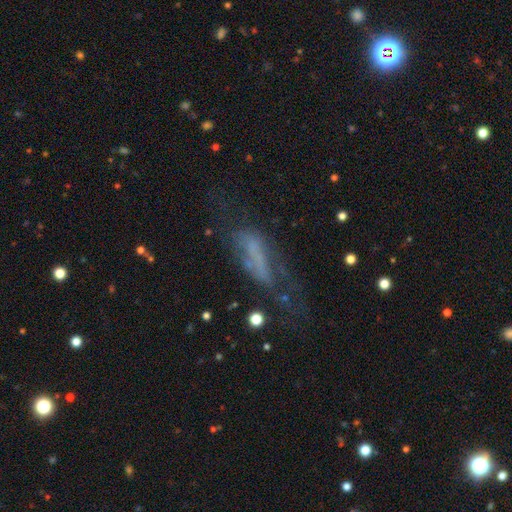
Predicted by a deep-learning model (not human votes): Smooth or featured? Predicted: featured or disk (p=0.44). Merging? Predicted: major disturbance (p=0.38).